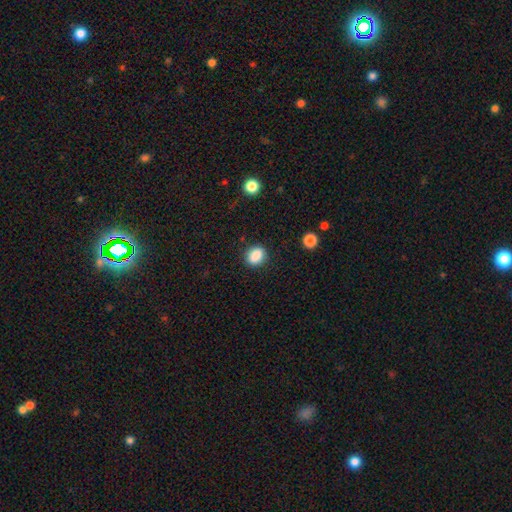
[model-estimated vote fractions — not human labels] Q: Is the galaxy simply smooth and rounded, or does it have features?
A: smooth — 87%.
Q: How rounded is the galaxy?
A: in between — 54%.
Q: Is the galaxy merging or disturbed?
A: none — 86%.